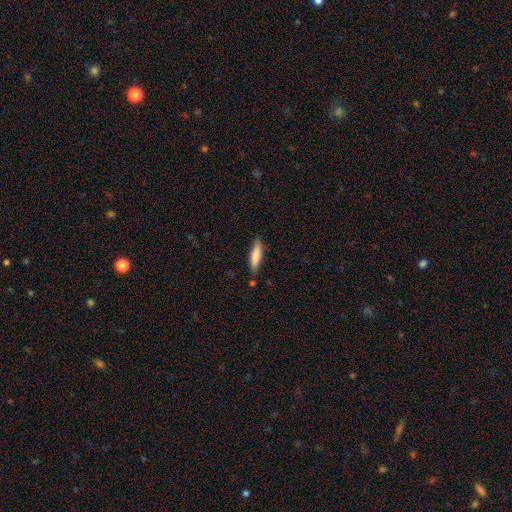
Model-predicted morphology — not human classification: This is likely a smooth galaxy (78%). How rounded: likely cigar-shaped (74%). Merging: clearly none (82%).